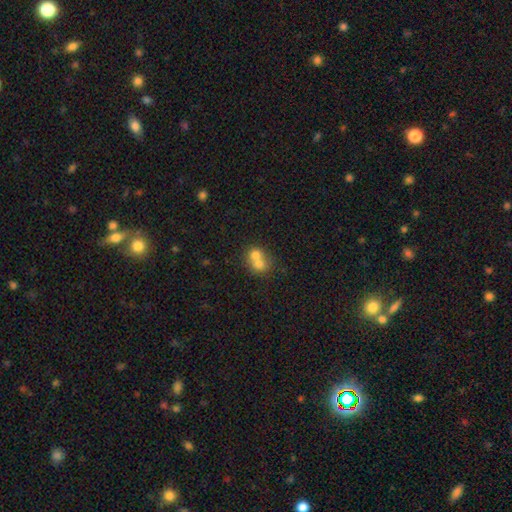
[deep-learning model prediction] A smooth galaxy with no disk features (70%) that is round (72%). Merging: merger (69%).